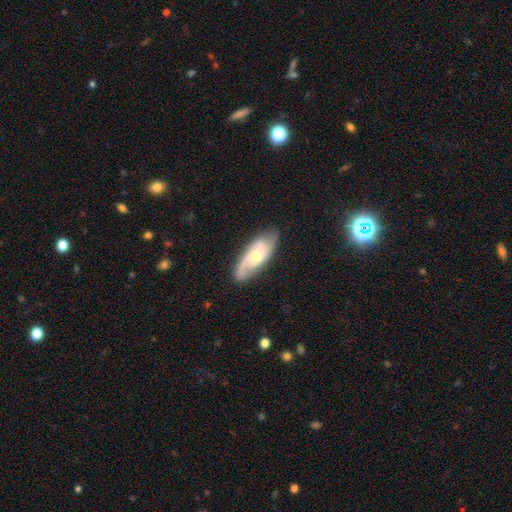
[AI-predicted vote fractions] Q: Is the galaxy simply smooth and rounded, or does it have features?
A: featured or disk — 72%.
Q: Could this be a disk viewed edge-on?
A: no — 89%.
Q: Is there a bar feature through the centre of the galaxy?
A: no — 64%.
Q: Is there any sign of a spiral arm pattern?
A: yes — 92%.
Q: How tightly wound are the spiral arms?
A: medium — 46%.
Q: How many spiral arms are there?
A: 2 — 69%.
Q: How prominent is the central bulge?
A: moderate — 62%.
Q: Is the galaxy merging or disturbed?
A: none — 77%.